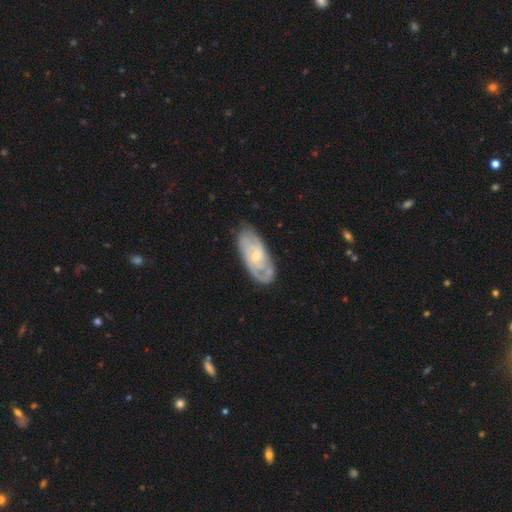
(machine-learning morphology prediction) Smooth or featured?
  - featured or disk: 75% *
  - smooth: 19%
  - star or artifact: 5%
Edge-on disk?
  - no: 92% *
  - yes: 8%
Bar?
  - no: 63% *
  - weak: 32%
  - strong: 5%
Spiral arms?
  - yes: 90% *
  - no: 10%
Spiral winding?
  - tight: 55% *
  - medium: 35%
  - loose: 10%
Spiral arm count?
  - 2: 39% *
  - can't tell: 36%
  - 3: 14%
  - 1: 5%
  - 4: 4%
  - more than 4: 3%
Bulge size?
  - small: 60% *
  - moderate: 36%
  - none: 2%
  - large: 1%
  - dominant: 1%
Merging?
  - none: 71% *
  - minor disturbance: 21%
  - major disturbance: 5%
  - merger: 2%